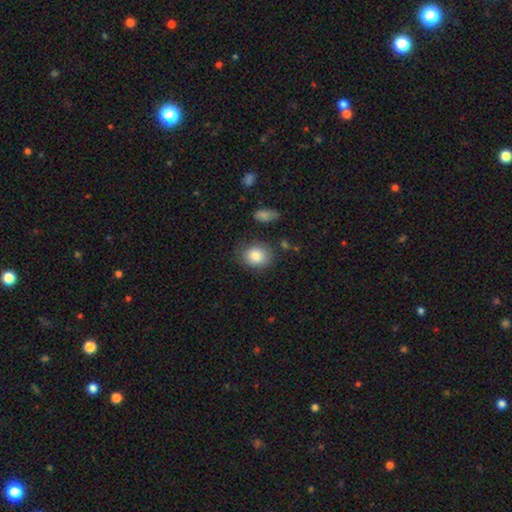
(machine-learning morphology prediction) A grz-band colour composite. It shows a smooth galaxy with no disk features (84%) that is round (59%). Merging: none (75%).